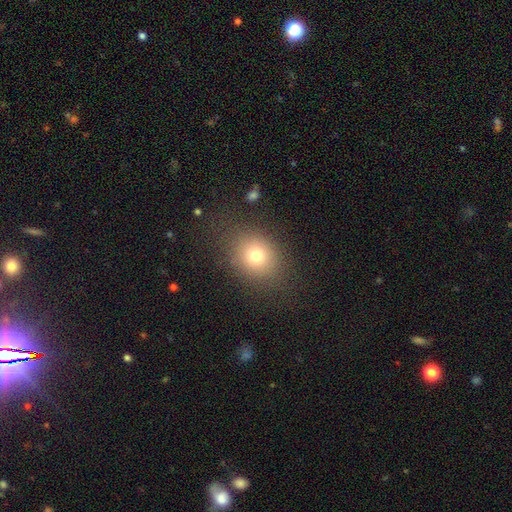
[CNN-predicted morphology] This appears to be a smooth galaxy with no disk features (74%) that is round (60%). Merging: none (79%).